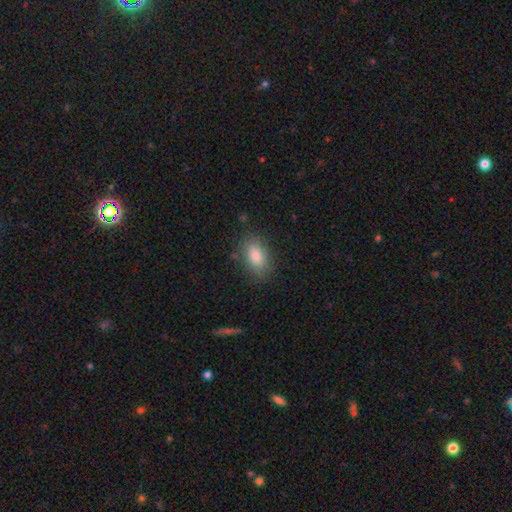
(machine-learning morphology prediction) A smooth galaxy with no disk features (85%) that is in between round and cigar-shaped (89%). Merging: none (83%).